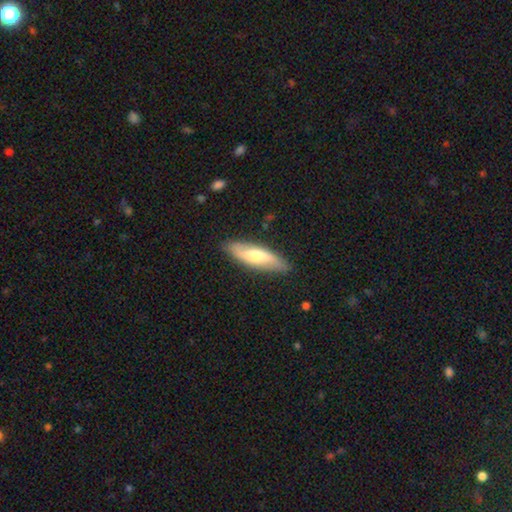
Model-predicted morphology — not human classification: Smooth or featured: smooth — 47% (featured or disk — 46%)
Merging: none — 84% (minor disturbance — 13%)